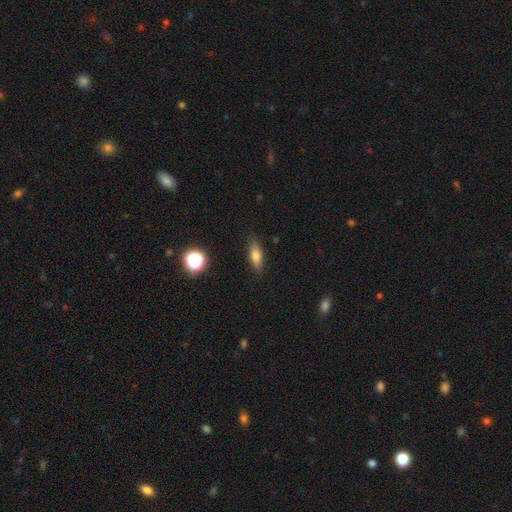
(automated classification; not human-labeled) smooth-or-featured: smooth: 74% | featured or disk: 16% | star or artifact: 10%
  how-rounded: in between: 63% | cigar-shaped: 31% | round: 6%
  merging: none: 87% | minor disturbance: 10% | major disturbance: 2% | merger: 1%